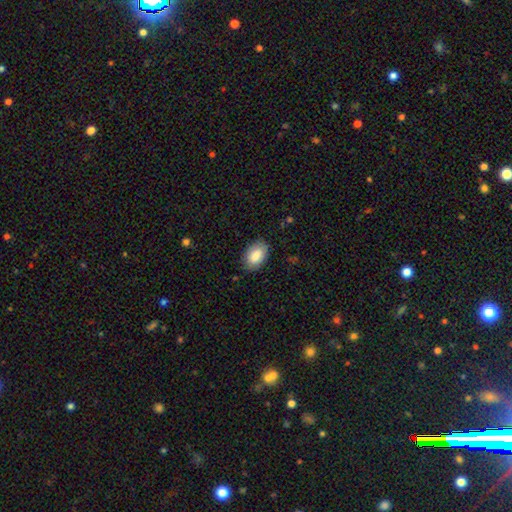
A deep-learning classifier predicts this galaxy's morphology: smooth_or_featured: smooth (p=0.86) [alt: featured or disk p=0.07]
how_rounded: in between (p=0.92) [alt: round p=0.07]
merging: none (p=0.84) [alt: minor disturbance p=0.12]